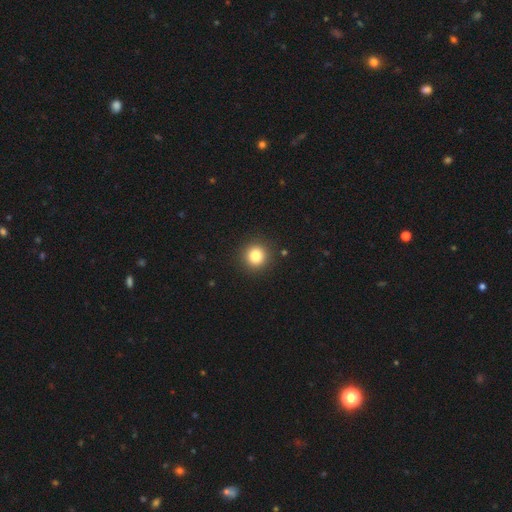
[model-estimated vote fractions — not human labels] Morphology: type=smooth (83%); roundness=round (92%); merging=none (91%).